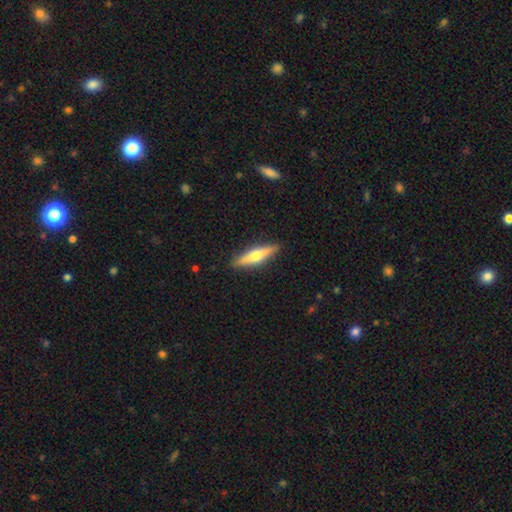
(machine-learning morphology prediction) A featured or disk galaxy (53%) viewed edge-on (95%) with a rounded central bulge (89%). Merging: none (89%).